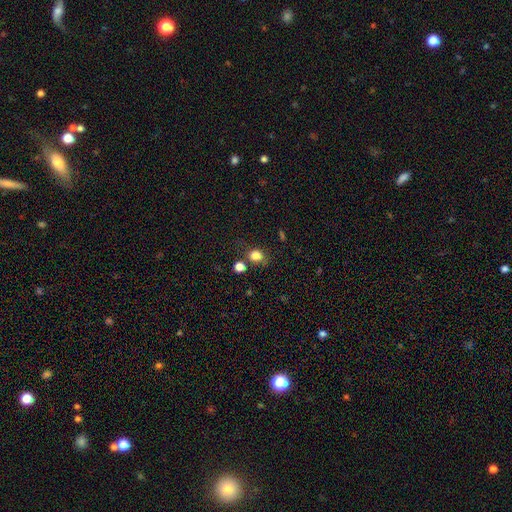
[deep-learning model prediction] This is clearly a smooth galaxy (81%). How rounded: possibly round (59%). Merging: likely none (67%).